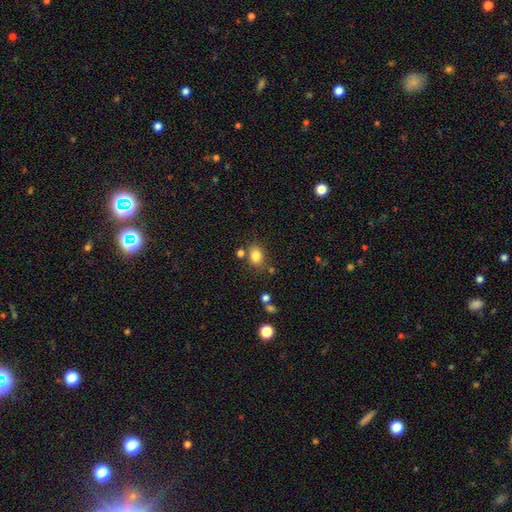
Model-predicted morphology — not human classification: A smooth galaxy with no disk features (82%) that is in between round and cigar-shaped (63%). Merging: none (72%).